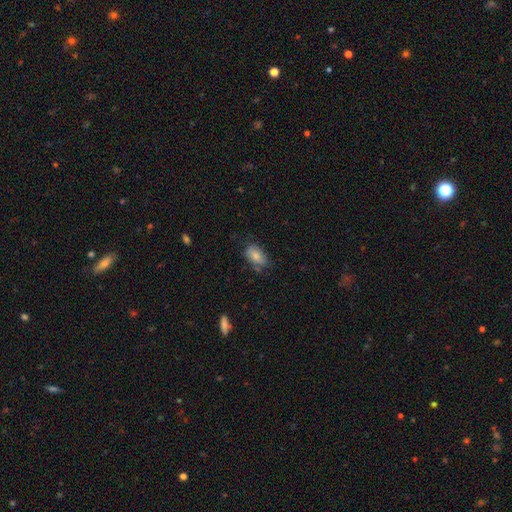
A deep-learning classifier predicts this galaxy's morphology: Smooth or featured? smooth (77%)
How rounded? in between (90%)
Merging? none (64%)